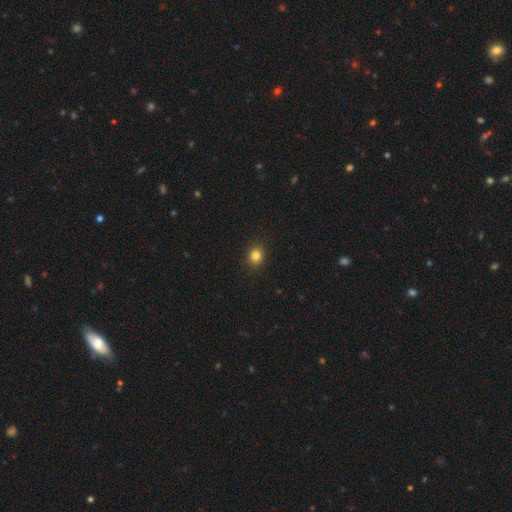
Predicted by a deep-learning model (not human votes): This appears to be a smooth galaxy with no disk features (82%) that is round (69%). Merging: none (90%).